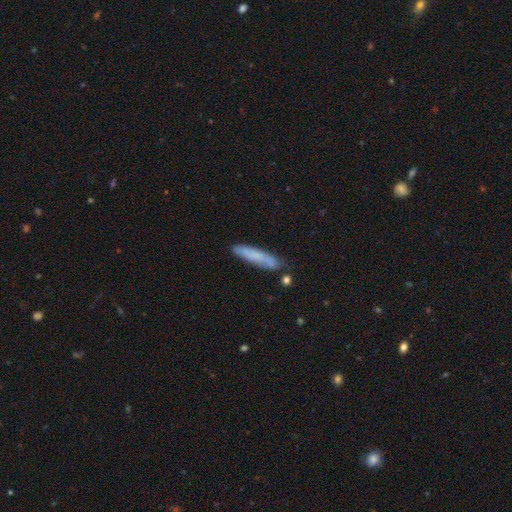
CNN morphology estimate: smooth 67%, featured or disk 26%, star or artifact 7%. Down the decision tree: how rounded — cigar-shaped (87%); merging — none (79%).